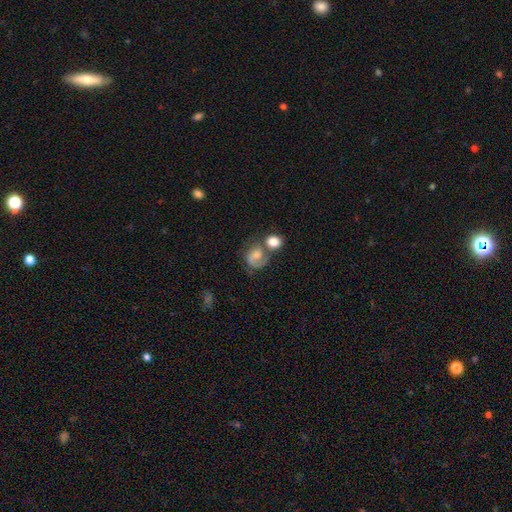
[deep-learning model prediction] This is possibly a featured or disk galaxy (57%). It is clearly not viewed edge-on (98%). Bar: likely no (68%). Spiral arm pattern: clearly yes (86%). Central bulge: marginally moderate (36%). Merging: marginally merger (37%).